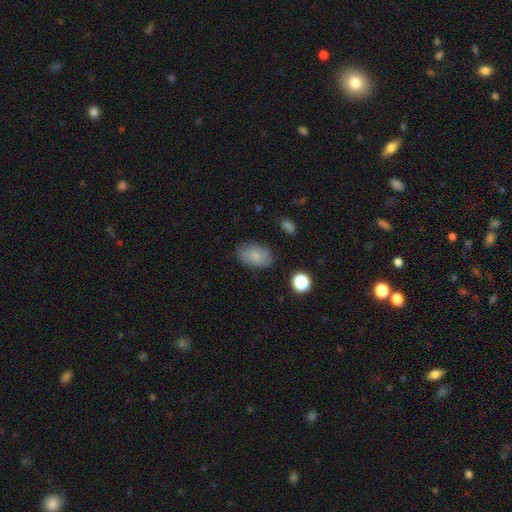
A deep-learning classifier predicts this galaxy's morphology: Q: Smooth or featured?
A: smooth (77%); runner-up: featured or disk (14%)
Q: How rounded?
A: in between (86%); runner-up: round (13%)
Q: Merging?
A: none (78%); runner-up: minor disturbance (16%)